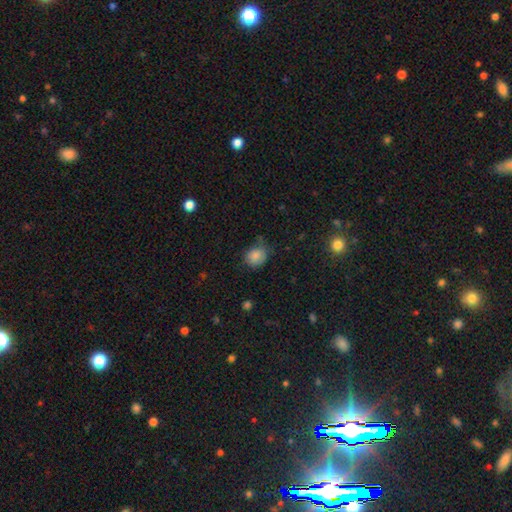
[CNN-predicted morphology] Smooth or featured? smooth (84%)
How rounded? round (66%)
Merging? none (59%)